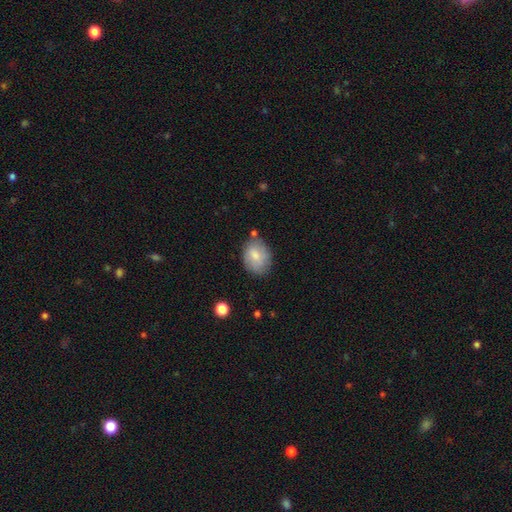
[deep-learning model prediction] Smooth or featured: smooth — 79% (featured or disk — 15%)
How rounded: in between — 68% (round — 31%)
Merging: none — 68% (minor disturbance — 21%)